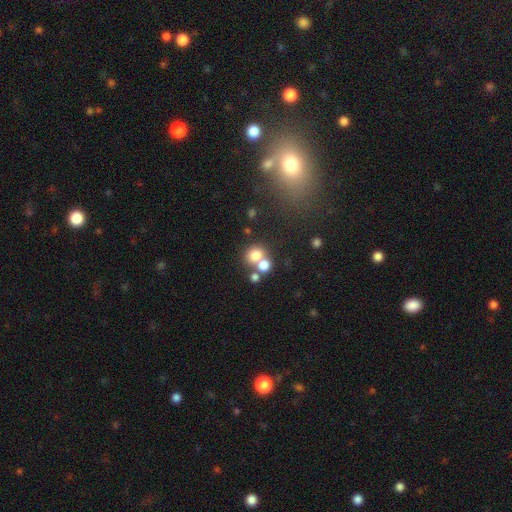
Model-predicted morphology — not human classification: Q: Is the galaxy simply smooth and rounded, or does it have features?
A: smooth — 74%.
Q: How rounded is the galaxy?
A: round — 74%.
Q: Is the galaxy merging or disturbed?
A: none — 44%.